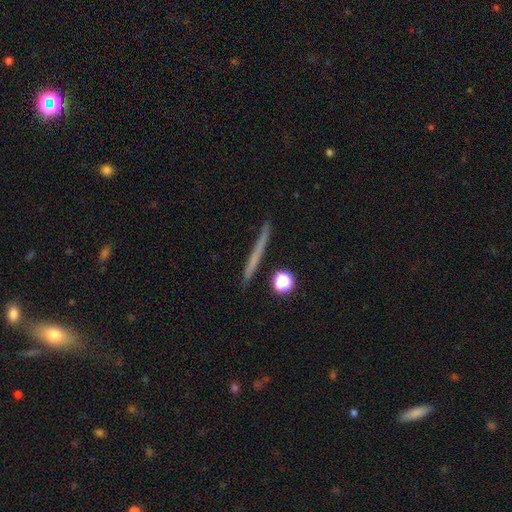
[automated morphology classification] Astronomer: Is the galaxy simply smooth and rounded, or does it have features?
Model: smooth — 51% (runner-up: featured or disk, 40%).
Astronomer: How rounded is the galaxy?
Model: cigar-shaped — 92%.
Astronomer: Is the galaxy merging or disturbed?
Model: none — 89%.